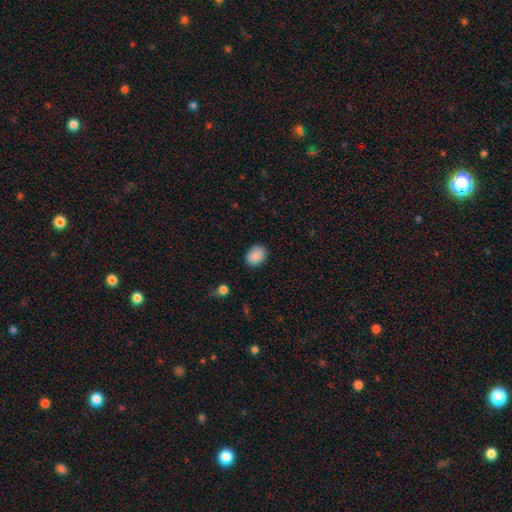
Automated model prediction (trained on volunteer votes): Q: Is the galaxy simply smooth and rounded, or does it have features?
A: smooth — 89%.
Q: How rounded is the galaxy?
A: in between — 62%.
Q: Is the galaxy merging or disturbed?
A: none — 85%.